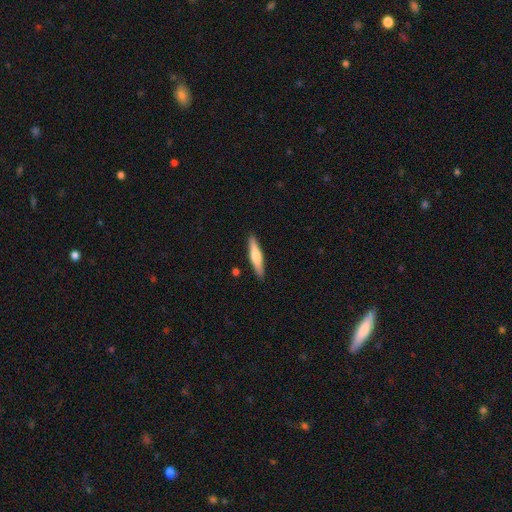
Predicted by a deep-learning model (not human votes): Smooth or featured? Predicted: smooth (p=0.50). How rounded? Predicted: cigar-shaped (p=0.86). Merging? Predicted: none (p=0.90).